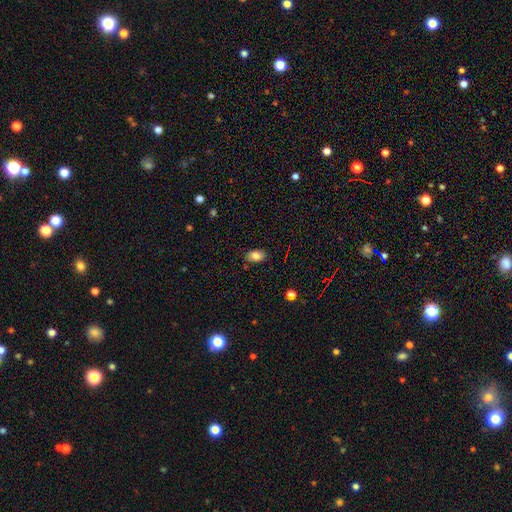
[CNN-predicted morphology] smooth_or_featured: smooth (p=0.82) [alt: star or artifact p=0.09]
how_rounded: in between (p=0.89) [alt: round p=0.10]
merging: none (p=0.84) [alt: minor disturbance p=0.12]